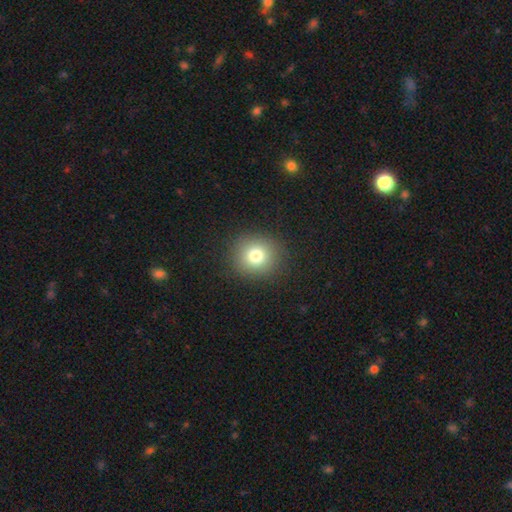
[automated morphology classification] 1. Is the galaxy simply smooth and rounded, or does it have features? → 78% smooth, 13% star or artifact, 9% featured or disk.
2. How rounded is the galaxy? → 88% round, 11% in between, 1% cigar-shaped.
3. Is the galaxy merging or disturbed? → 90% none, 6% minor disturbance, 3% major disturbance, 1% merger.